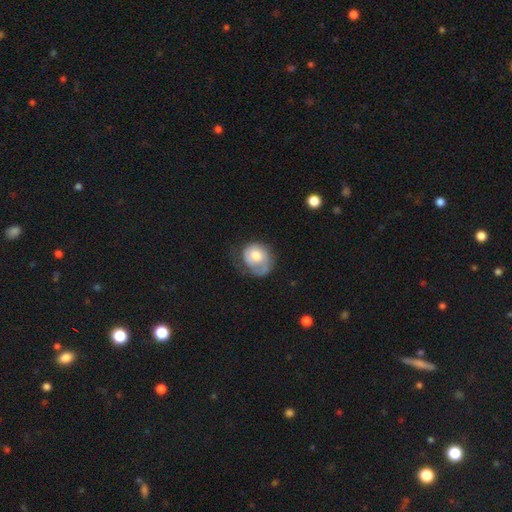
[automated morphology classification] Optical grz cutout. It shows a smooth galaxy with no disk features (55%) that is round (63%). Merging: none (38%).